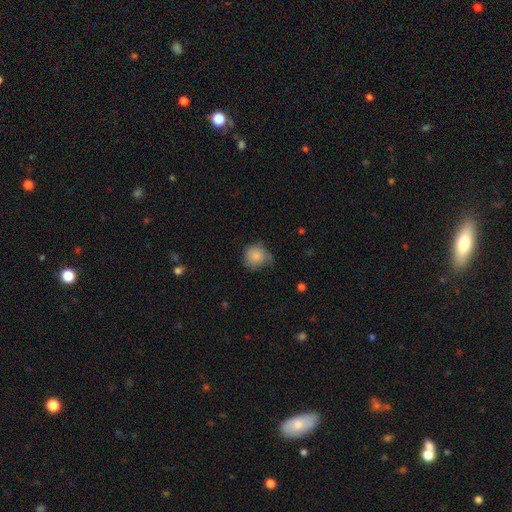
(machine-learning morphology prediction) A smooth galaxy with no disk features (83%) that is round (85%). Merging: none (55%).